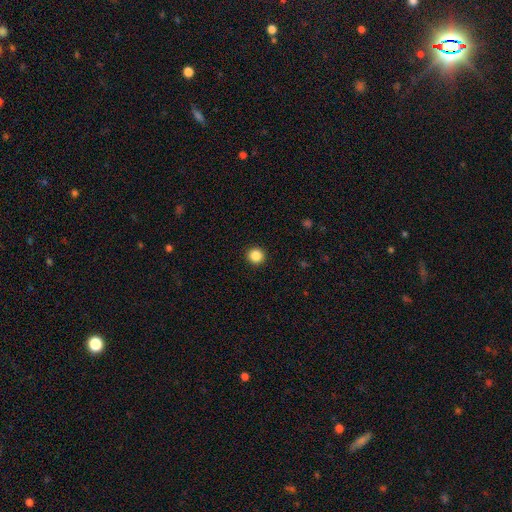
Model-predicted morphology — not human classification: smooth 86%, star or artifact 10%, featured or disk 3%. Down the decision tree: how rounded — round (95%); merging — none (93%).